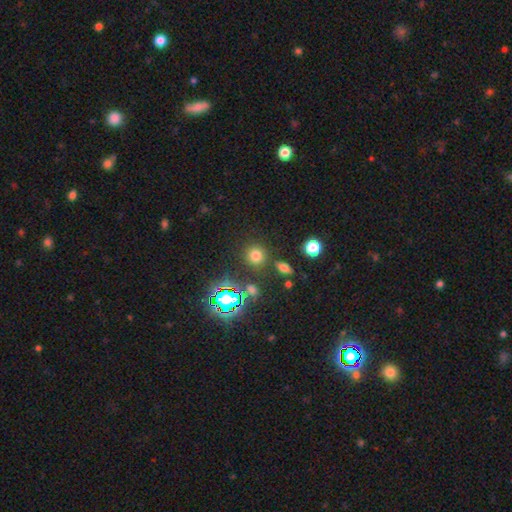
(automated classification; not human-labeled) Smooth or featured? Predicted: smooth (p=0.68). How rounded? Predicted: round (p=0.90). Merging? Predicted: none (p=0.84).